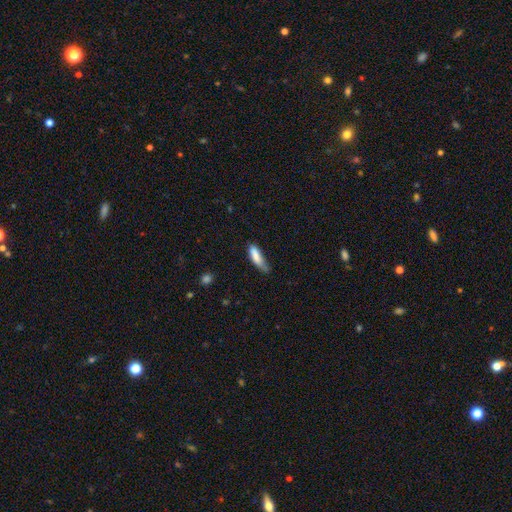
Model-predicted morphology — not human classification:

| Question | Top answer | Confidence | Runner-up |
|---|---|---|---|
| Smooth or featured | smooth | 82% | featured or disk (11%) |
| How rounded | cigar-shaped | 56% | in between (42%) |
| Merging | none | 42% | tied: minor disturbance (42%) |